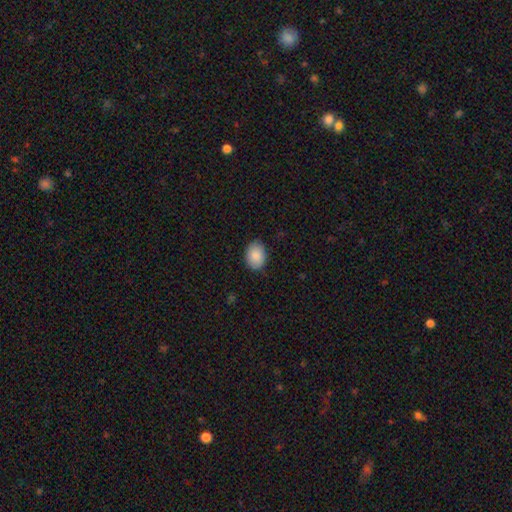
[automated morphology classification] Smooth or featured: smooth — 87% (star or artifact — 7%)
How rounded: in between — 71% (round — 28%)
Merging: none — 84% (minor disturbance — 13%)